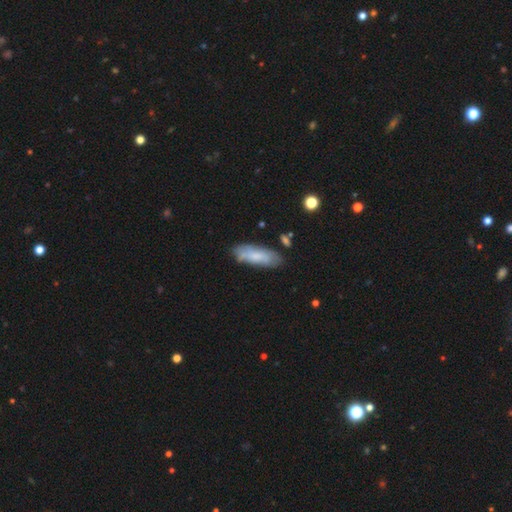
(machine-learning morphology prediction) type=smooth (67%); roundness=in between (63%); merging=none (71%).